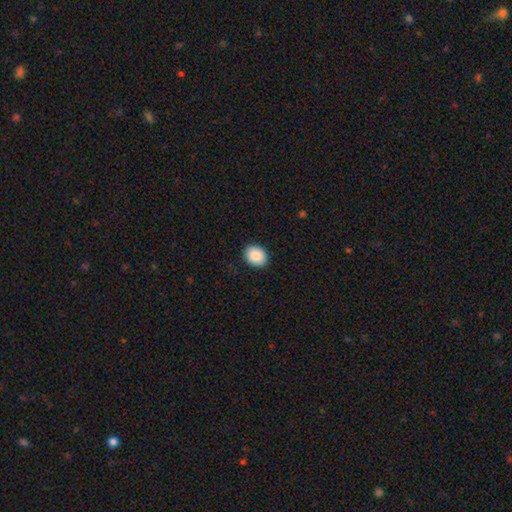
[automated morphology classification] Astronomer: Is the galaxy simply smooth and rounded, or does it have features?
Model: smooth — 88%.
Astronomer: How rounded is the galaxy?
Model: in between — 53% (runner-up: round, 46%).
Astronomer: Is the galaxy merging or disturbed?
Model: none — 90%.